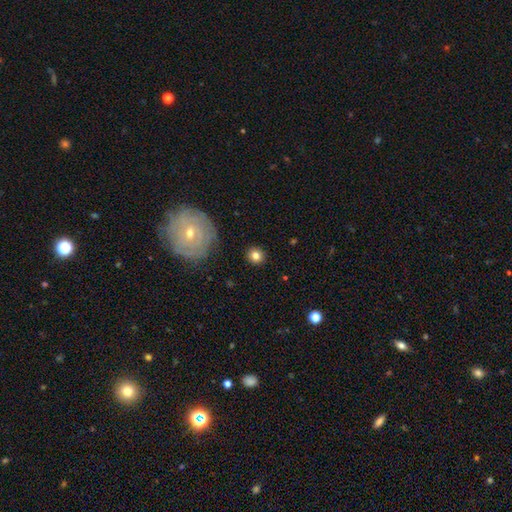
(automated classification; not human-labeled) Q: Smooth or featured?
A: smooth (79%); runner-up: featured or disk (11%)
Q: How rounded?
A: round (89%); runner-up: in between (10%)
Q: Merging?
A: none (89%); runner-up: minor disturbance (7%)